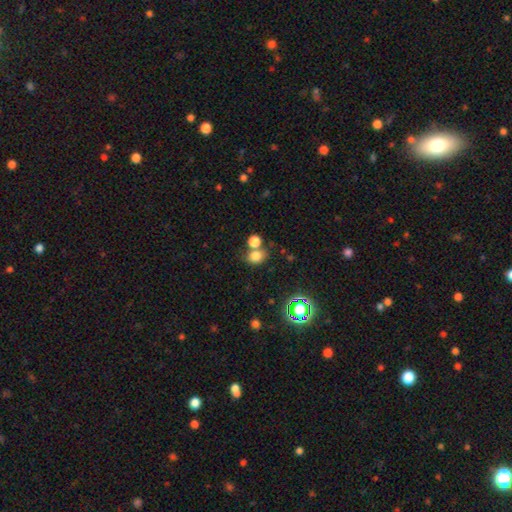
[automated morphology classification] This is likely a smooth galaxy (77%). How rounded: likely round (60%). Merging: possibly none (53%).